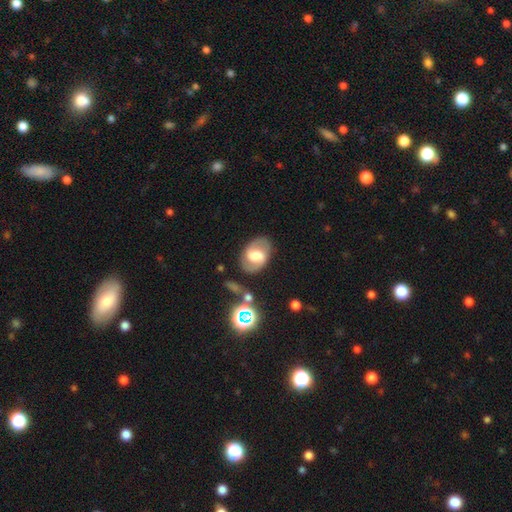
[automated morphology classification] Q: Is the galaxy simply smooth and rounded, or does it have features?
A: featured or disk — 62%.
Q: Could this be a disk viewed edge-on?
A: no — 96%.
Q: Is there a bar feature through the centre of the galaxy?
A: weak — 45%.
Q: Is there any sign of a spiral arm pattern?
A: yes — 77%.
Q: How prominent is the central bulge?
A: large — 40%.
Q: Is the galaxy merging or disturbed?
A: none — 75%.